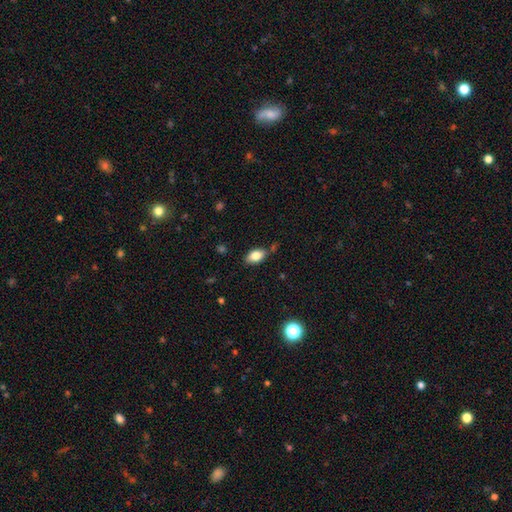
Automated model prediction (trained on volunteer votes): Morphology: type=smooth (81%); roundness=in between (90%); merging=none (75%).